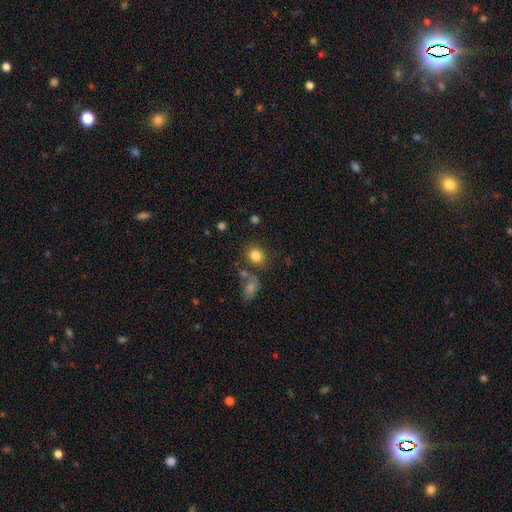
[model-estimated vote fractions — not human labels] Smooth or featured? Predicted: smooth (p=0.83). How rounded? Predicted: round (p=0.70). Merging? Predicted: none (p=0.72).